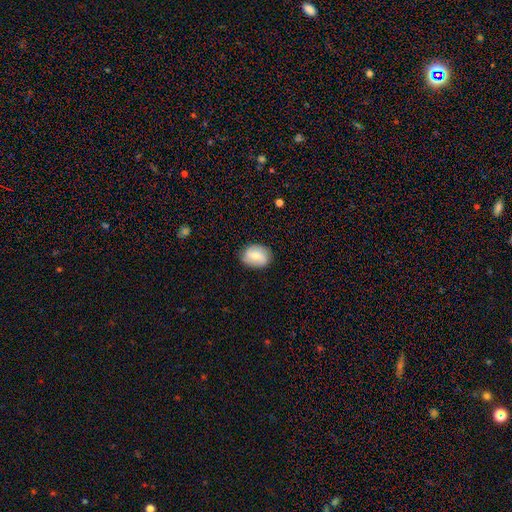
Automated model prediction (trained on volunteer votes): Overall: smooth (56%; featured or disk 36%). How rounded: in between (58%; round 41%). Merging: none (82%).